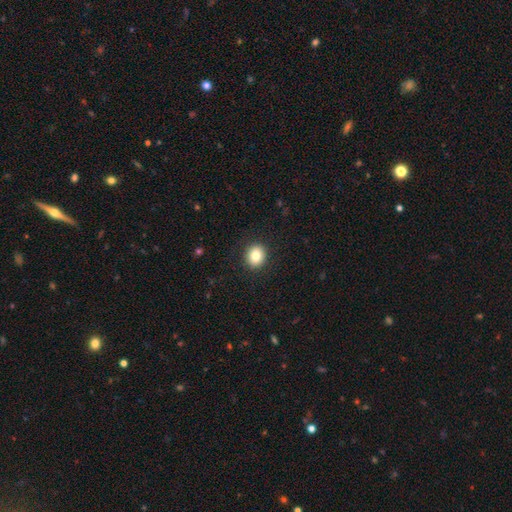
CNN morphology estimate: Smooth or featured? Predicted: smooth (p=0.82). How rounded? Predicted: round (p=0.73). Merging? Predicted: none (p=0.91).